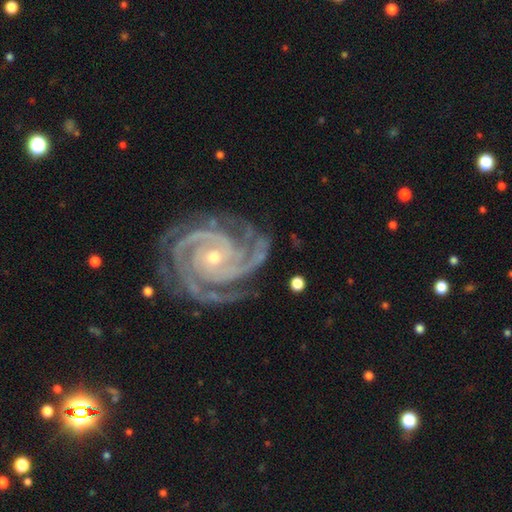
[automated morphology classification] featured or disk 93%, star or artifact 5%, smooth 2%. Down the decision tree: edge-on disk — no (98%); bar — no (74%); spiral arms — yes (99%); spiral arm count — 3 (44%); spiral winding — tight (77%); bulge size — small (63%); merging — none (75%).